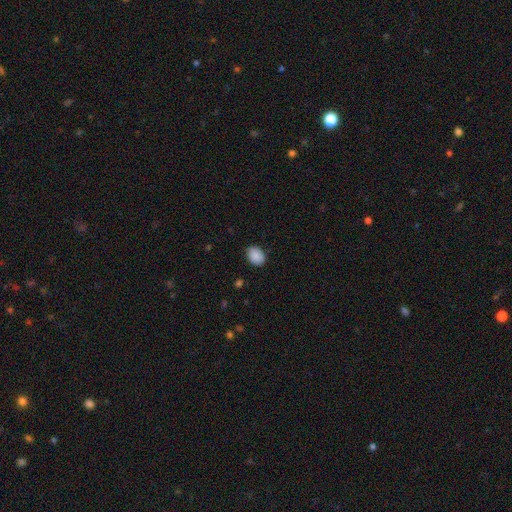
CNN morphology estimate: A smooth galaxy with no disk features (89%) that is in between round and cigar-shaped (69%).

Vote fractions:
- Smooth or featured? smooth: 89% / star or artifact: 7% / featured or disk: 4%
- How rounded? in between: 69% / round: 30% / cigar-shaped: 1%
- Merging? none: 86% / minor disturbance: 11% / major disturbance: 2% / merger: 1%